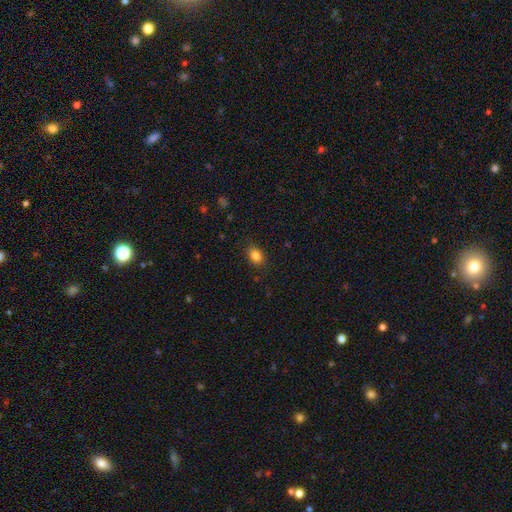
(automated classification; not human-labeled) A smooth galaxy with no disk features (85%) that is in between round and cigar-shaped (77%).

Vote fractions:
- Smooth or featured? smooth: 85% / star or artifact: 10% / featured or disk: 5%
- How rounded? in between: 77% / round: 22% / cigar-shaped: 1%
- Merging? none: 86% / minor disturbance: 10% / major disturbance: 3% / merger: 1%